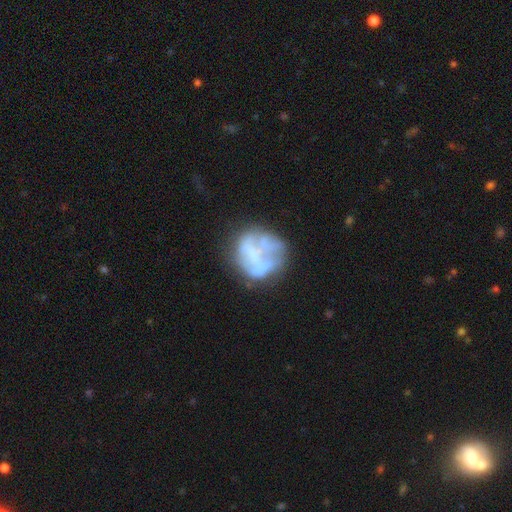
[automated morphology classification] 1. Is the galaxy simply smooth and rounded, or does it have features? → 60% featured or disk, 29% smooth, 11% star or artifact.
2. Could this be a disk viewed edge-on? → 97% no, 3% yes.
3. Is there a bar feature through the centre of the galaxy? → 59% no, 22% weak, 20% strong.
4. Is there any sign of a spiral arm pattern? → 81% no, 19% yes.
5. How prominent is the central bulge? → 67% none, 18% small, 11% moderate, 3% large, 1% dominant.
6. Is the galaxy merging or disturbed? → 51% none, 22% major disturbance, 20% minor disturbance, 7% merger.